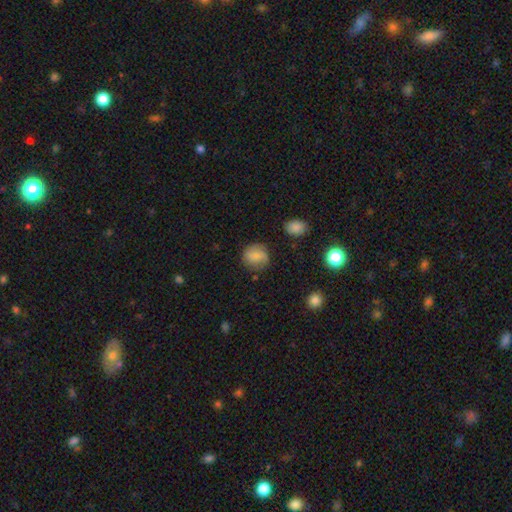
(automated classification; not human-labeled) Smooth or featured? Predicted: smooth (p=0.66). How rounded? Predicted: round (p=0.78). Merging? Predicted: none (p=0.73).